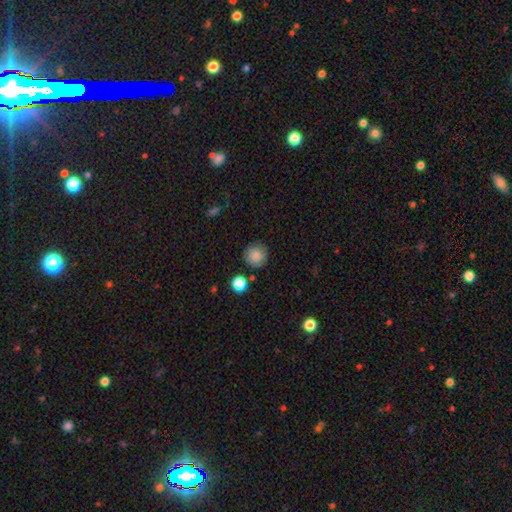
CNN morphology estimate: A smooth galaxy with no disk features (85%) that is round (94%). Merging: none (85%).